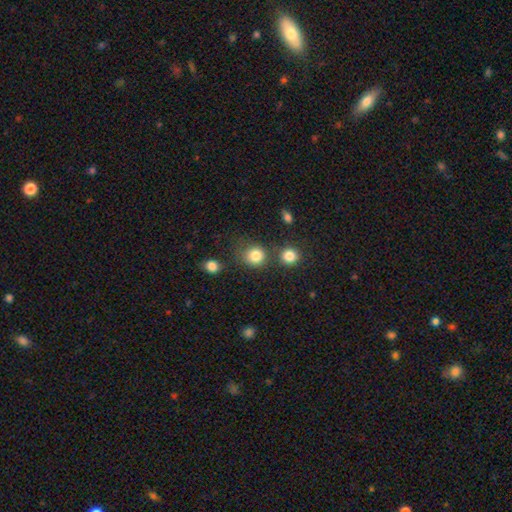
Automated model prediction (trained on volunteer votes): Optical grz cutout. It shows a smooth galaxy with no disk features (82%) that is round (82%). Merging: none (65%).